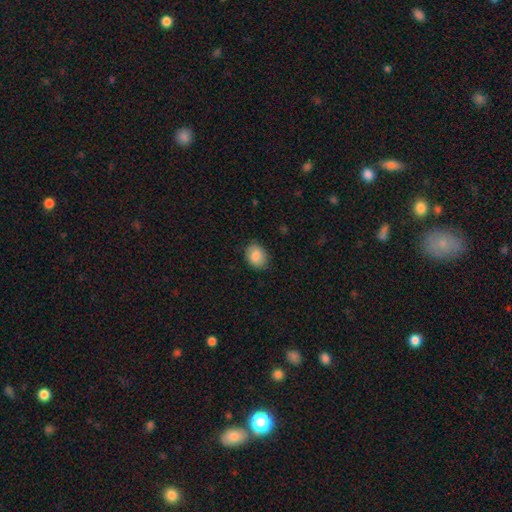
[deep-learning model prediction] A smooth galaxy with no disk features (83%) that is in between round and cigar-shaped (55%). Merging: none (83%).